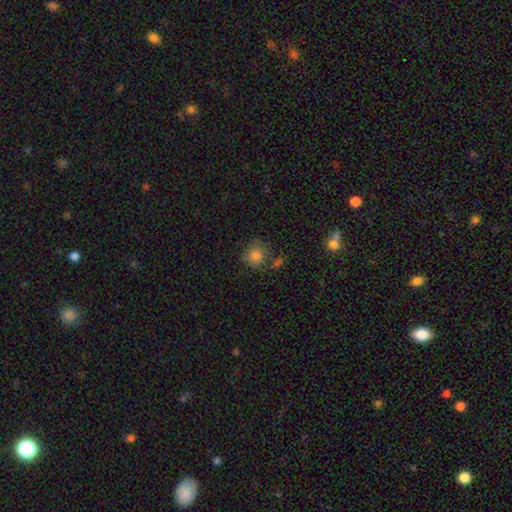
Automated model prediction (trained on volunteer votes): A smooth galaxy with no disk features (81%) that is round (81%). Merging: none (61%).